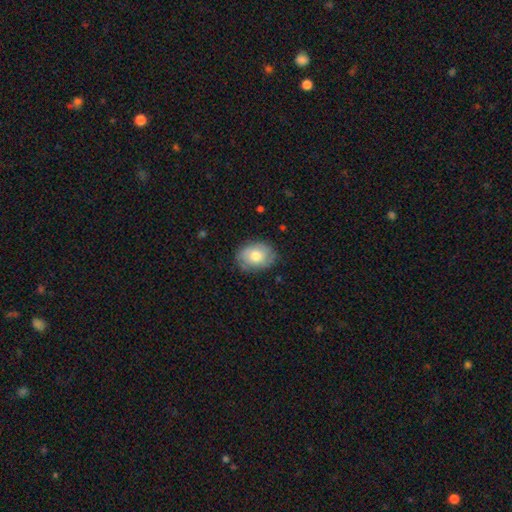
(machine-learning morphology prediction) The model was most divided on "how rounded": in between: 72%, round: 28%, cigar-shaped: 1%. More confident: merging — none (78%); smooth or featured — smooth (71%).